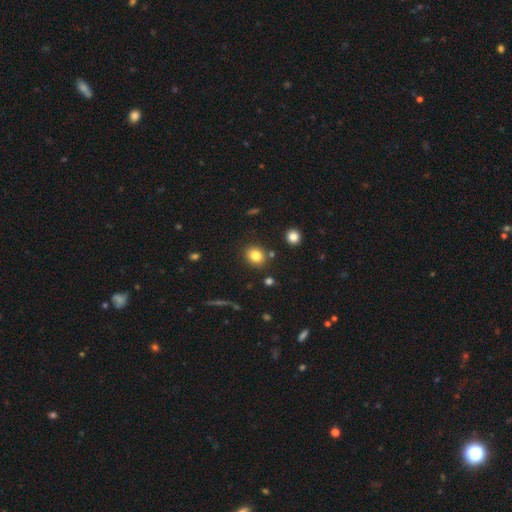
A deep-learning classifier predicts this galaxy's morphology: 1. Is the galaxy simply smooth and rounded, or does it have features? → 82% smooth, 11% star or artifact, 7% featured or disk.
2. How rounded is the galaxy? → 63% round, 36% in between, 1% cigar-shaped.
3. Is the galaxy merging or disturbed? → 83% none, 9% minor disturbance, 5% merger, 3% major disturbance.